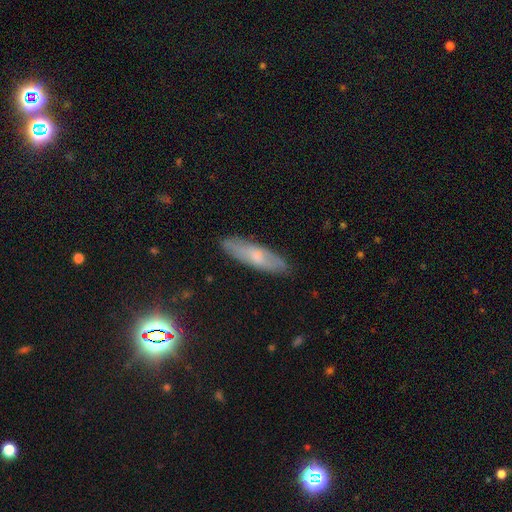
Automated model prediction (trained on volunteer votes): smooth_or_featured: smooth (p=0.57) [alt: featured or disk p=0.35]
how_rounded: cigar-shaped (p=0.62) [alt: in between p=0.36]
merging: none (p=0.84) [alt: minor disturbance p=0.12]